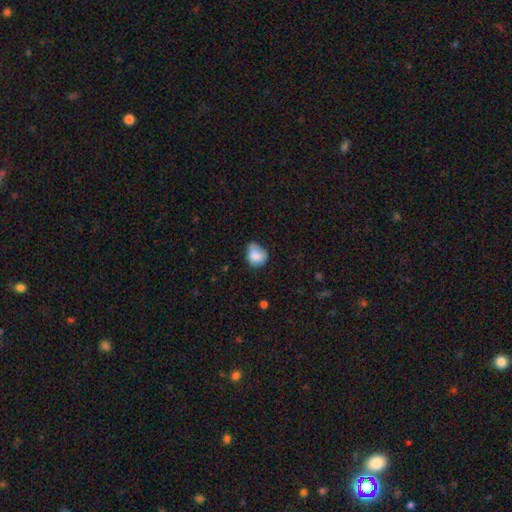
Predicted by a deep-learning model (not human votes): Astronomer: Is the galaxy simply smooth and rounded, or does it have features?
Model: smooth — 80%.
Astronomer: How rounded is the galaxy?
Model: round — 53% (runner-up: in between, 46%).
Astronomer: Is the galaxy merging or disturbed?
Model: minor disturbance — 43% (runner-up: none, 40%).